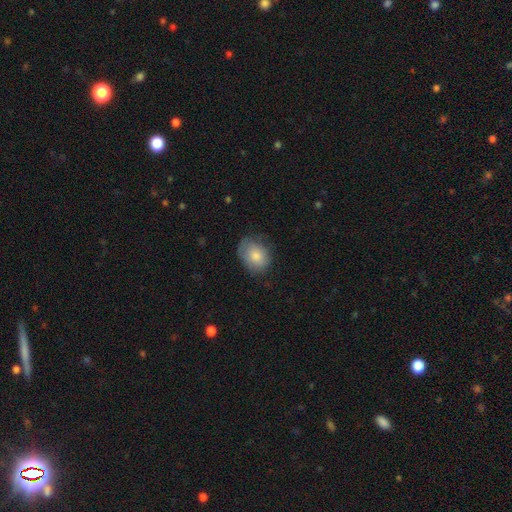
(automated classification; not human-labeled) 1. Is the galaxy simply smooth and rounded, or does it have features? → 81% smooth, 13% featured or disk, 7% star or artifact.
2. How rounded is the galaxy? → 65% in between, 34% round, 1% cigar-shaped.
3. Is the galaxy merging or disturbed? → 67% none, 25% minor disturbance, 7% major disturbance, 1% merger.